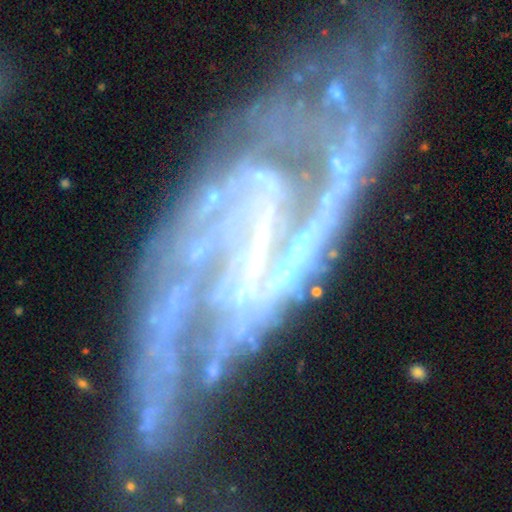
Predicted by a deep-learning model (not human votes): Smooth or featured: featured or disk — 85% (star or artifact — 9%)
Edge-on disk: no — 90% (yes — 10%)
Bar: strong — 40% (no — 30%)
Spiral arms: yes — 87% (no — 13%)
Spiral winding: medium — 41% (tight — 32%)
Spiral arm count: 2 — 47% (can't tell — 22%)
Bulge size: none — 45% (small — 35%)
Merging: none — 43% (major disturbance — 30%)